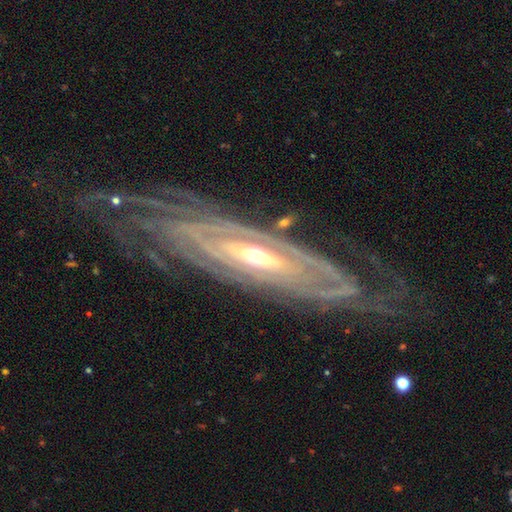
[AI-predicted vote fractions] Overall: featured or disk (90%). Edge-on disk: no (80%). Bar: no (48%; weak 28%). Spiral arms: yes (94%). Spiral arm count: can't tell (41%; 2 15%). Spiral winding: tight (79%). Bulge size: moderate (54%; small 39%). Merging: none (70%).